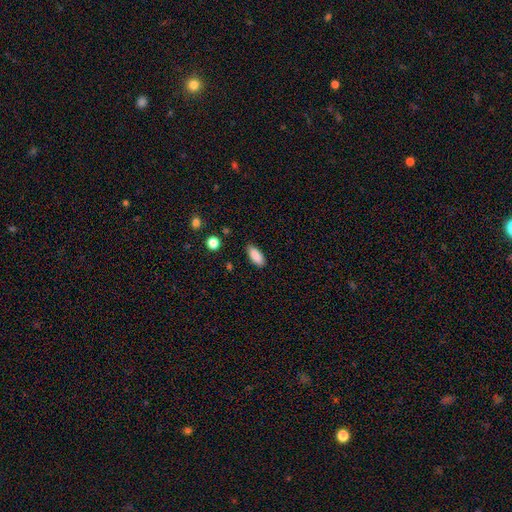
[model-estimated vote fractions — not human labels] Smooth or featured?
  - smooth: 88% *
  - star or artifact: 7%
  - featured or disk: 5%
How rounded?
  - in between: 83% *
  - cigar-shaped: 15%
  - round: 2%
Merging?
  - none: 86% *
  - minor disturbance: 10%
  - major disturbance: 2%
  - merger: 1%